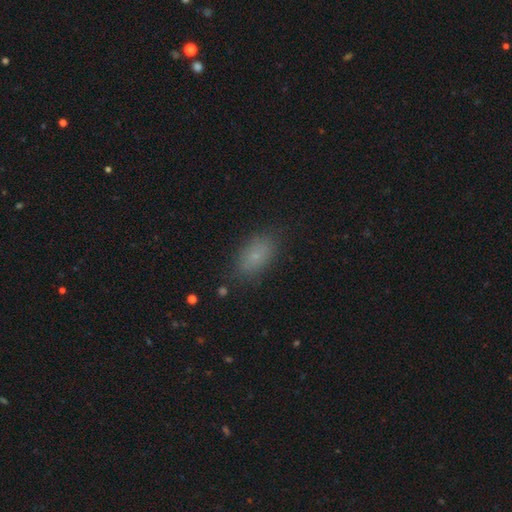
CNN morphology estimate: smooth_or_featured: smooth (p=0.76) [alt: star or artifact p=0.13]
how_rounded: in between (p=0.89) [alt: round p=0.07]
merging: none (p=0.82) [alt: minor disturbance p=0.13]